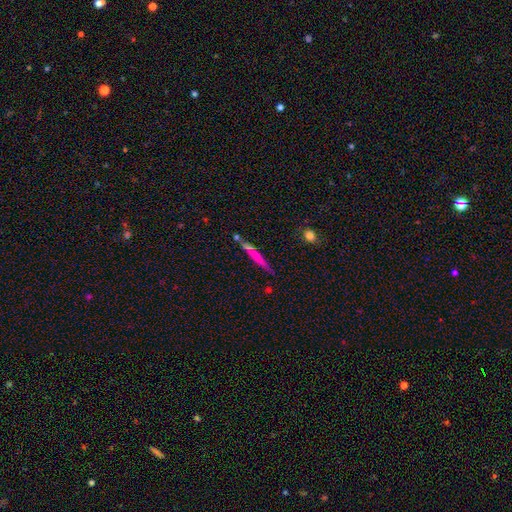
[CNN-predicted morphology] The model was most divided on "smooth or featured": smooth: 52%, featured or disk: 40%, star or artifact: 8%. More confident: how rounded — cigar-shaped (93%); merging — none (72%).